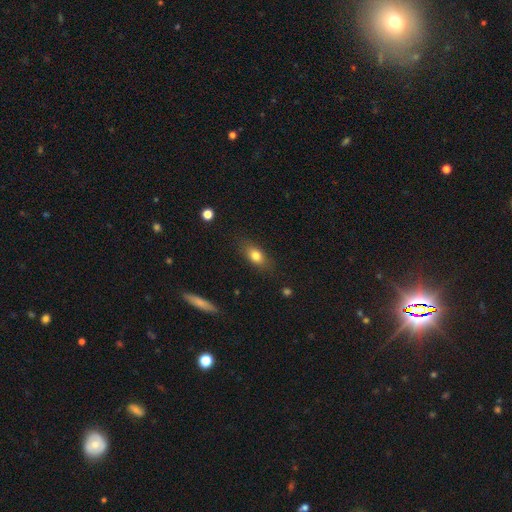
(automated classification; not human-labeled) Smooth or featured? Predicted: smooth (p=0.79). How rounded? Predicted: in between (p=0.77). Merging? Predicted: none (p=0.81).